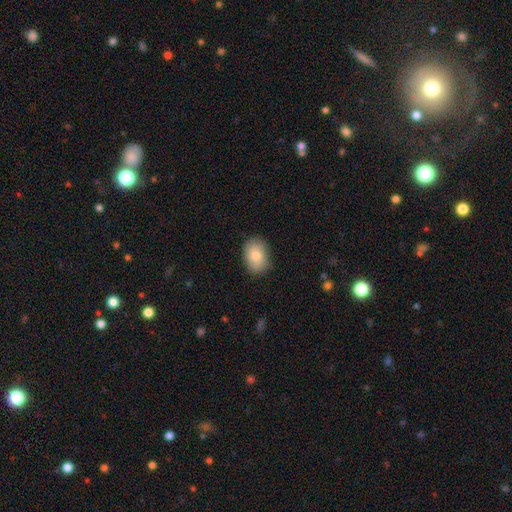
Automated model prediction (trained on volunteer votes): Smooth or featured: smooth — 79% (featured or disk — 14%)
How rounded: in between — 79% (round — 20%)
Merging: none — 82% (minor disturbance — 14%)